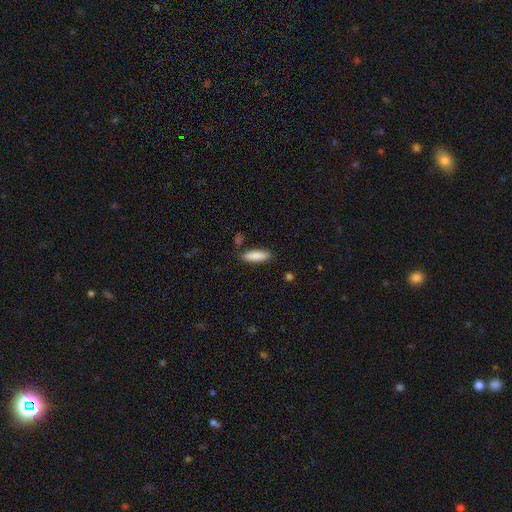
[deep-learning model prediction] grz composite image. It shows a smooth galaxy with no disk features (86%) that is cigar-shaped (50%). Merging: none (85%).